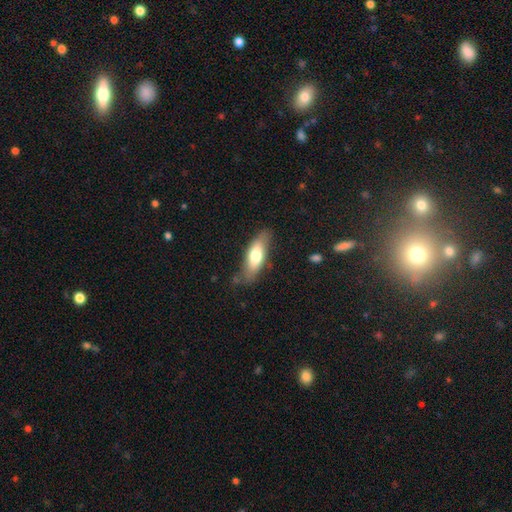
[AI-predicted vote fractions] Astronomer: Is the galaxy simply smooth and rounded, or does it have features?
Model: smooth — 67%.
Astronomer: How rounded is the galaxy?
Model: in between — 63%.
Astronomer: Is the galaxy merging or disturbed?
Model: none — 72%.